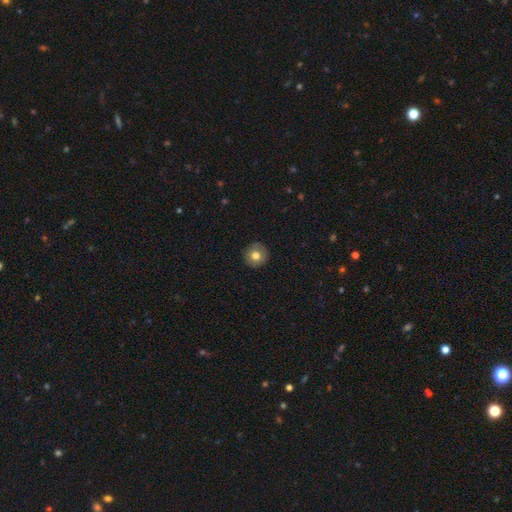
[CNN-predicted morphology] Q: Smooth or featured?
A: smooth (75%); runner-up: featured or disk (16%)
Q: How rounded?
A: round (94%); runner-up: in between (5%)
Q: Merging?
A: none (89%); runner-up: minor disturbance (8%)